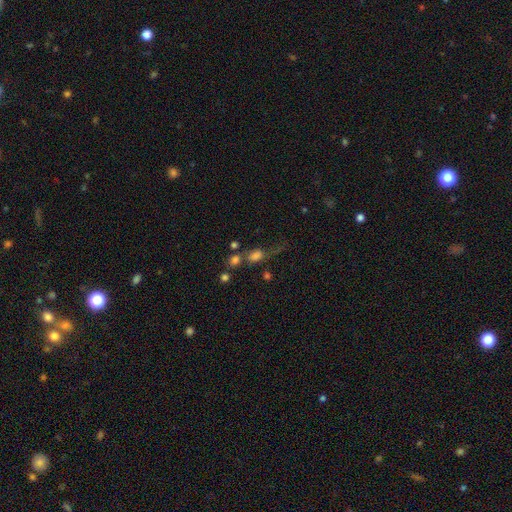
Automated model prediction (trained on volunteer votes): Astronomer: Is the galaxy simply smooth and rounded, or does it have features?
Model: smooth — 60%.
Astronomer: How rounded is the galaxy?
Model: in between — 61%.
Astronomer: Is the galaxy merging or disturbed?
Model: none — 36% (runner-up: merger, 25%).